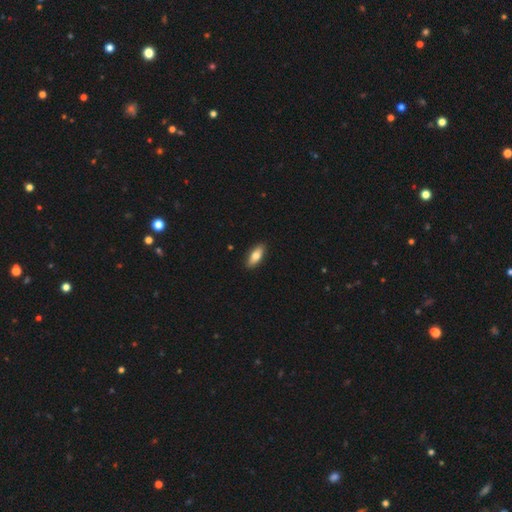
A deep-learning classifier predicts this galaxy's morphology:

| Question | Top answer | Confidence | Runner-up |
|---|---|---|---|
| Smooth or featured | smooth | 76% | featured or disk (18%) |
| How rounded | in between | 80% | cigar-shaped (17%) |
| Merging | none | 90% | minor disturbance (8%) |